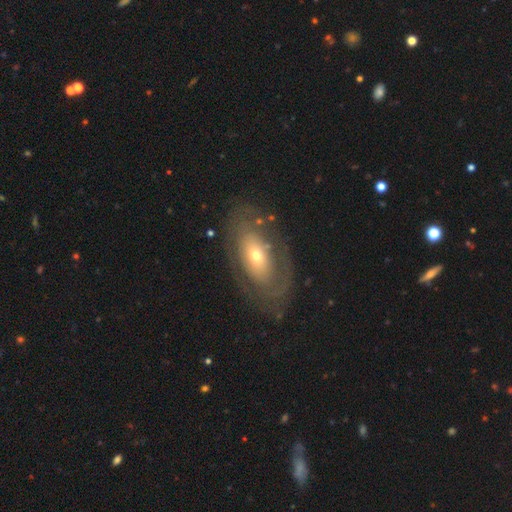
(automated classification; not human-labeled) Smooth or featured? Predicted: featured or disk (p=0.61). Edge-on disk? Predicted: no (p=0.90). Bar? Predicted: no (p=0.79). Spiral arms? Predicted: no (p=0.51). Bulge size? Predicted: moderate (p=0.46, tied with small). Merging? Predicted: none (p=0.70).